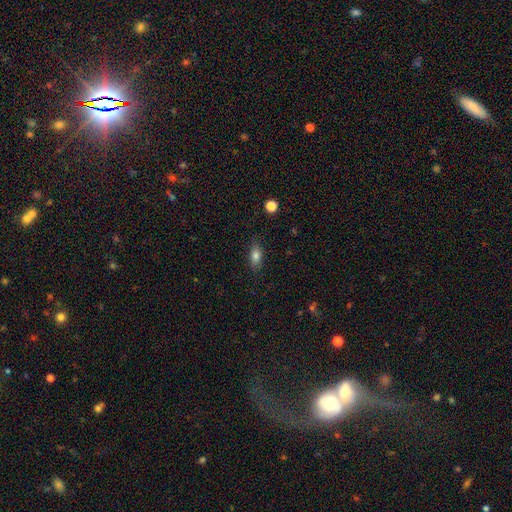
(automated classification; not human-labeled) Morphology: type=smooth (79%); roundness=in between (81%); merging=none (82%).